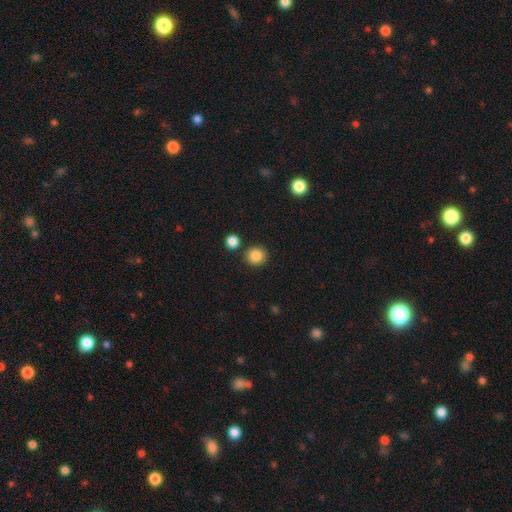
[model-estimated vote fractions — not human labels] This appears to be a smooth galaxy with no disk features (86%) that is round (91%). Merging: none (85%).